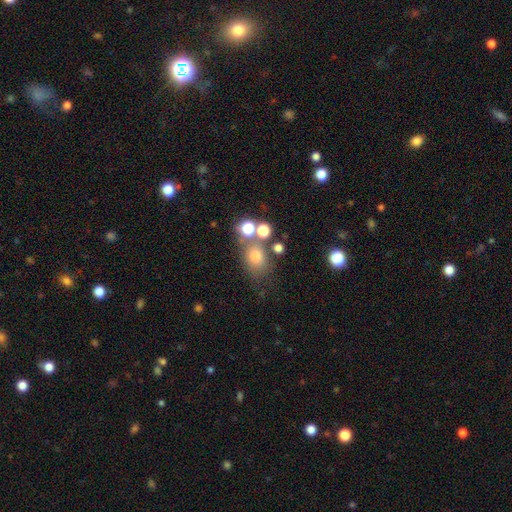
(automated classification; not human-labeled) smooth 70%, star or artifact 17%, featured or disk 13%. Down the decision tree: how rounded — round (54%); merging — none (57%).